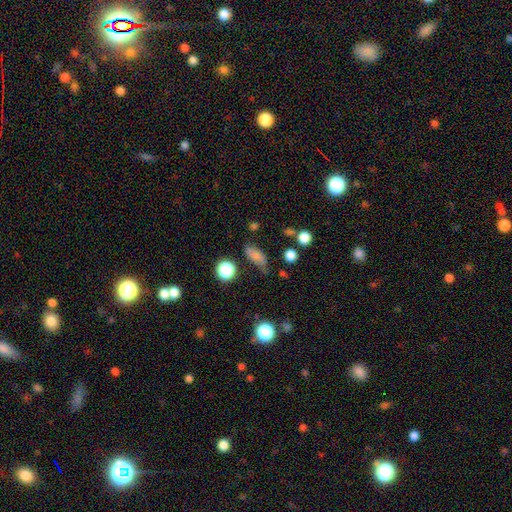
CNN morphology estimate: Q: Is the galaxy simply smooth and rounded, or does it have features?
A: smooth — 71%.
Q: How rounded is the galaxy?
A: in between — 74%.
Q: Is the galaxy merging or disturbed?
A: none — 55%.